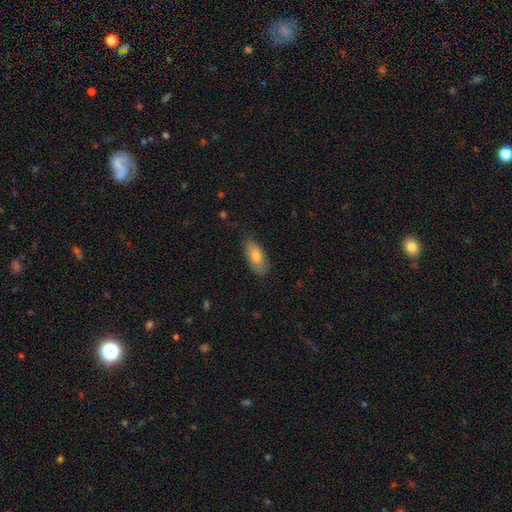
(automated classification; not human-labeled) Q: Smooth or featured?
A: smooth (75%); runner-up: featured or disk (18%)
Q: How rounded?
A: in between (87%); runner-up: cigar-shaped (10%)
Q: Merging?
A: none (75%); runner-up: minor disturbance (21%)